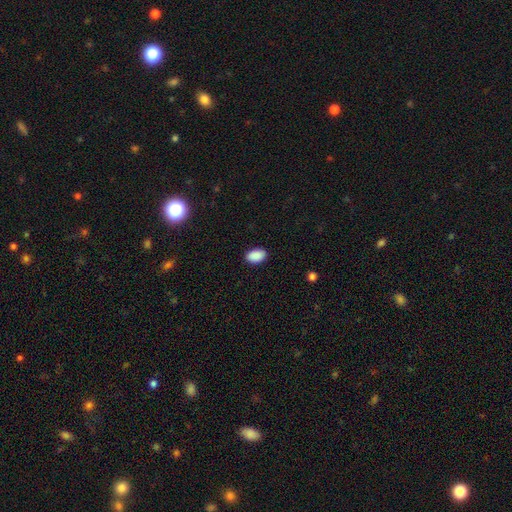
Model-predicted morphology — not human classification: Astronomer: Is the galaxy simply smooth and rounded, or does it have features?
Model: smooth — 90%.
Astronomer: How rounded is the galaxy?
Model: in between — 92%.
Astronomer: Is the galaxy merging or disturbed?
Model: none — 89%.